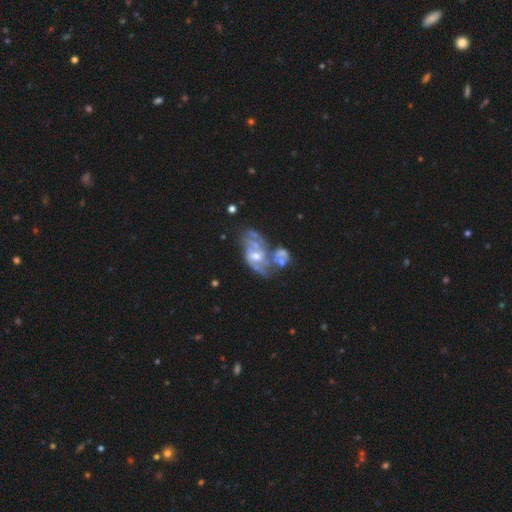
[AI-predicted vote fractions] This is clearly a featured or disk galaxy (82%). It is clearly not viewed edge-on (97%). Bar: likely no (62%). Spiral arm pattern: clearly yes (84%). Spiral arm count: marginally 2 (36%). Spiral winding: marginally medium (44%). Central bulge: likely moderate (65%). Merging: marginally merger (39%).